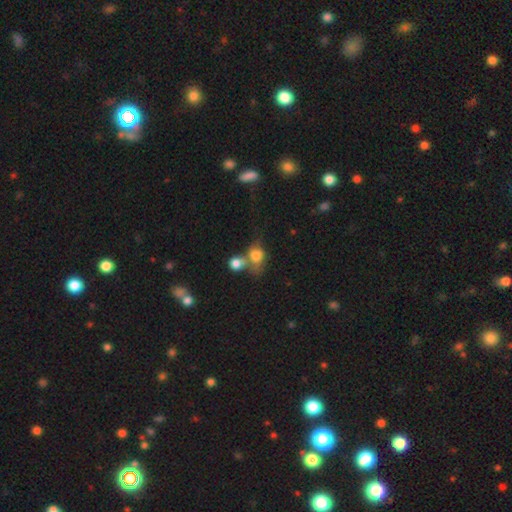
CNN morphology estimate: Q: Smooth or featured?
A: smooth (72%); runner-up: featured or disk (17%)
Q: How rounded?
A: round (50%); runner-up: in between (48%)
Q: Merging?
A: merger (55%); runner-up: none (24%)